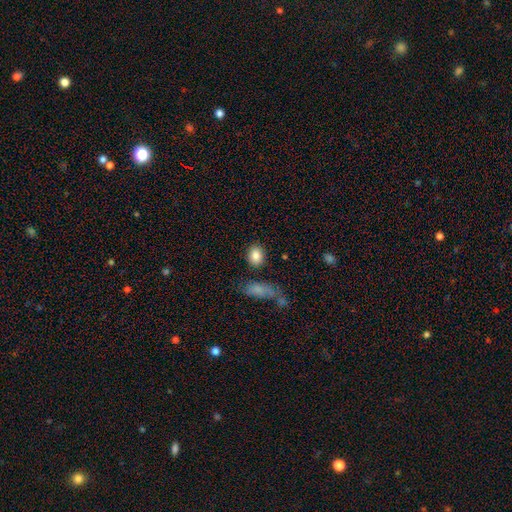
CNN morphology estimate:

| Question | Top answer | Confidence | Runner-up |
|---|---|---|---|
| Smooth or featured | smooth | 85% | star or artifact (8%) |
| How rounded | round | 50% | in between (48%) |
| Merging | none | 80% | minor disturbance (11%) |